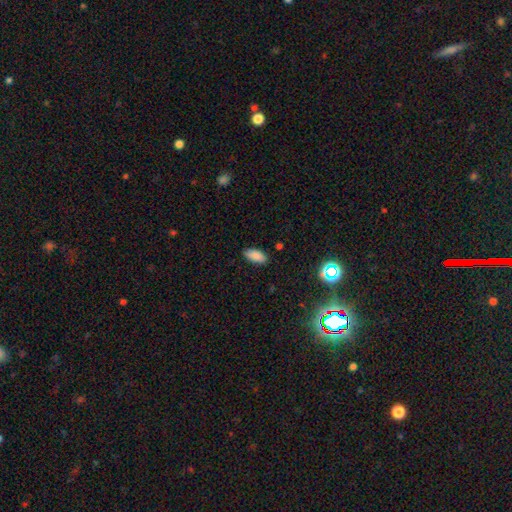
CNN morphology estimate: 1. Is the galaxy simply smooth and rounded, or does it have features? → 87% smooth, 9% star or artifact, 4% featured or disk.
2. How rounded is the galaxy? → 90% in between, 8% cigar-shaped, 2% round.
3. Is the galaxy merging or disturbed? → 84% none, 12% minor disturbance, 2% major disturbance, 1% merger.